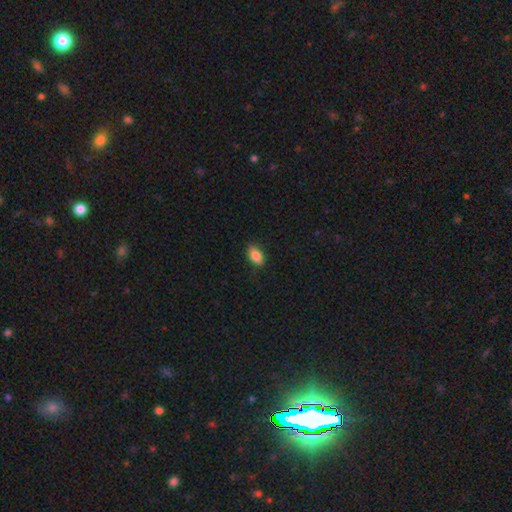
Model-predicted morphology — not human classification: This is clearly a smooth galaxy (86%). How rounded: clearly in between (90%). Merging: clearly none (85%).